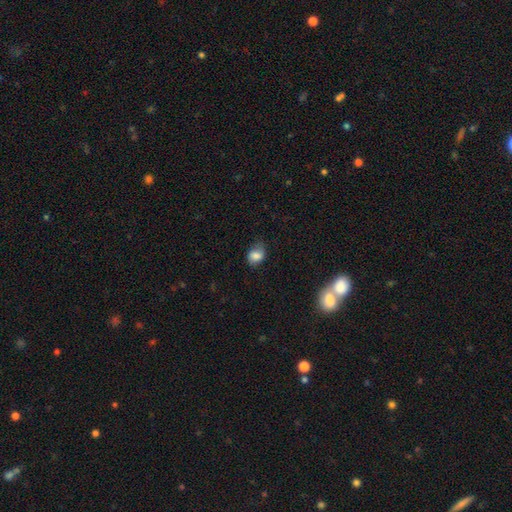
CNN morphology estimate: The model was most divided on "how rounded": in between: 58%, round: 41%, cigar-shaped: 1%. More confident: smooth or featured — smooth (80%); merging — none (56%).